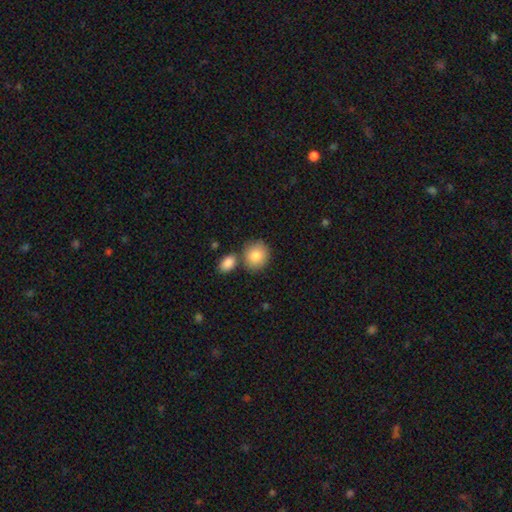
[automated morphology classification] smooth_or_featured: smooth (p=0.85) [alt: featured or disk p=0.09]
how_rounded: round (p=0.71) [alt: in between p=0.28]
merging: none (p=0.66) [alt: merger p=0.19]